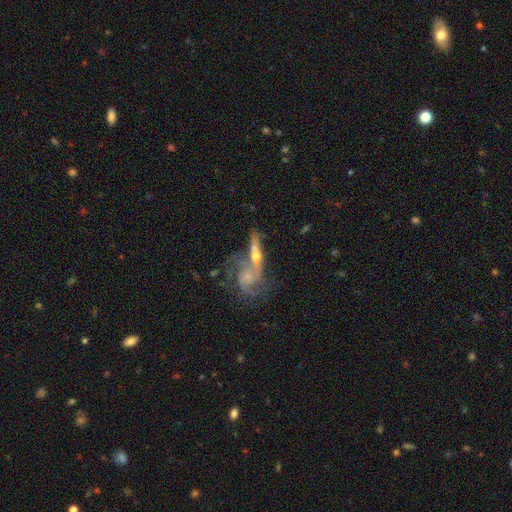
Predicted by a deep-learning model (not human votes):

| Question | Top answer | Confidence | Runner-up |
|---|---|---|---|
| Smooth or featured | featured or disk | 73% | smooth (20%) |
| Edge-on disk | no | 68% | yes (32%) |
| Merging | merger | 41% | none (37%) |